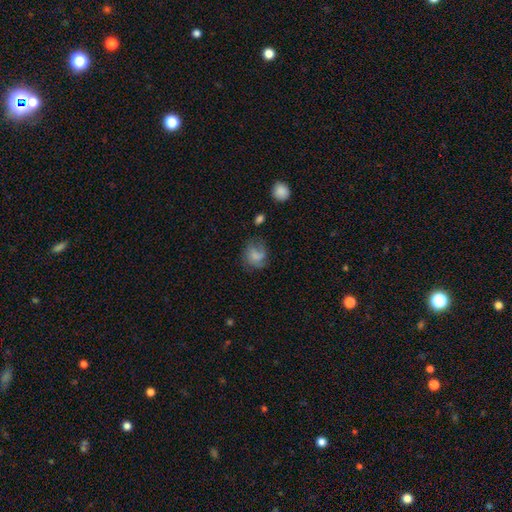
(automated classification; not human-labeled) Smooth or featured? Predicted: smooth (p=0.64). How rounded? Predicted: round (p=0.65). Merging? Predicted: none (p=0.53).